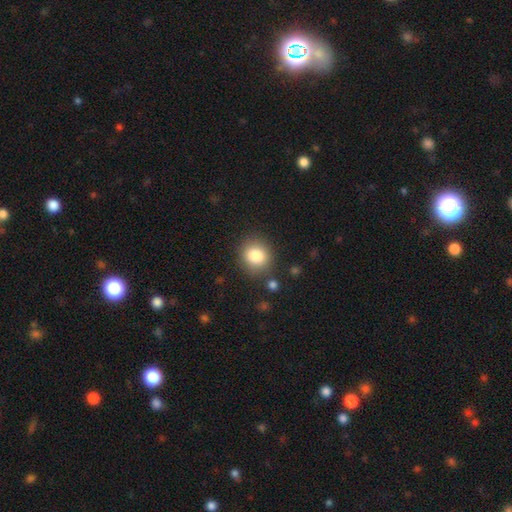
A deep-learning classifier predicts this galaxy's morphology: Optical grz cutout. It shows a smooth galaxy with no disk features (83%) that is round (80%). Merging: none (83%).